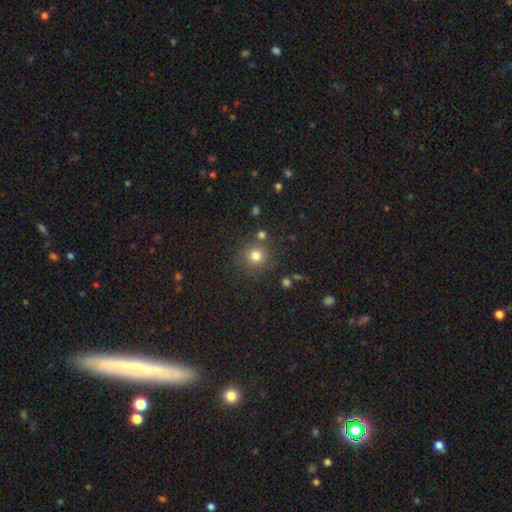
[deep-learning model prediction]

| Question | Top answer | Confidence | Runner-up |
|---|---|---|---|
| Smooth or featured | smooth | 78% | star or artifact (15%) |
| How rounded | round | 91% | in between (8%) |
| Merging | none | 79% | minor disturbance (9%) |